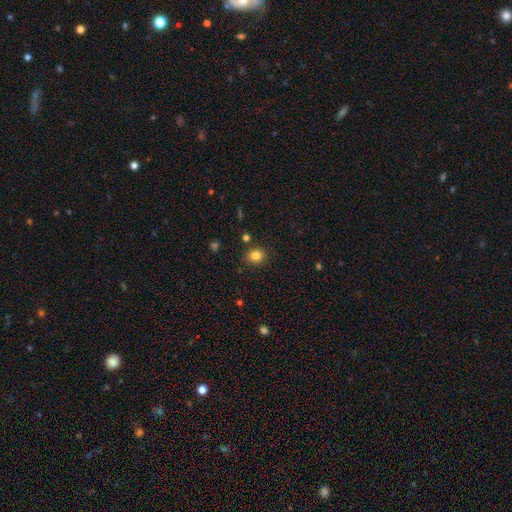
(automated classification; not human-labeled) Smooth or featured? Predicted: smooth (p=0.83). How rounded? Predicted: round (p=0.69). Merging? Predicted: none (p=0.85).